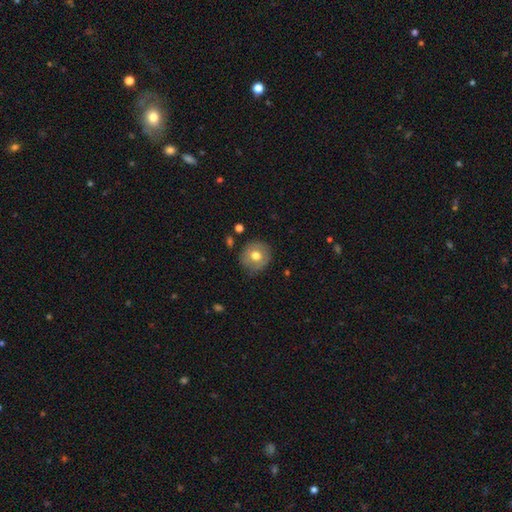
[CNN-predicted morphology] Smooth or featured? Predicted: smooth (p=0.66). How rounded? Predicted: round (p=0.90). Merging? Predicted: none (p=0.82).